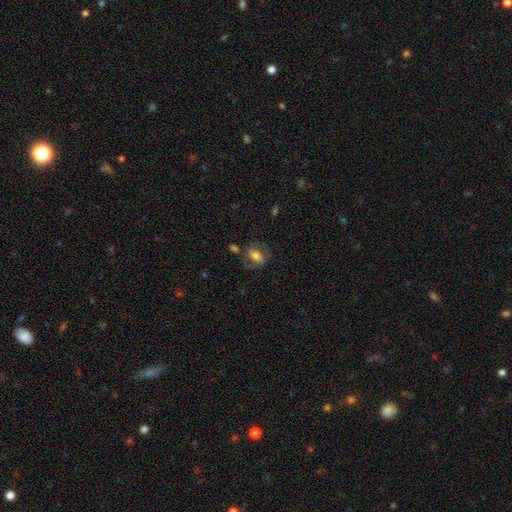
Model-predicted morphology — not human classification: This appears to be a smooth galaxy with no disk features (60%) that is in between round and cigar-shaped (66%). Merging: none (61%).